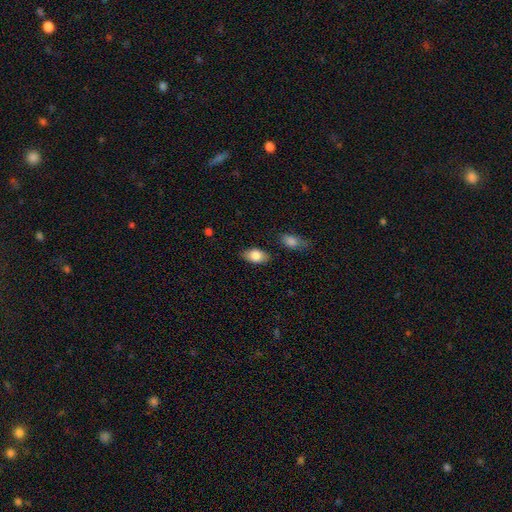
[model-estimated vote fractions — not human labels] Q: Smooth or featured?
A: smooth (83%); runner-up: featured or disk (11%)
Q: How rounded?
A: in between (92%); runner-up: round (6%)
Q: Merging?
A: none (82%); runner-up: minor disturbance (12%)